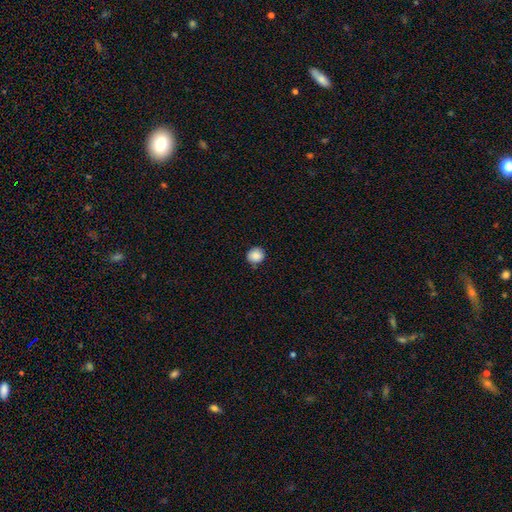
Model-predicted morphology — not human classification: Smooth or featured? smooth (87%)
How rounded? round (87%)
Merging? none (85%)